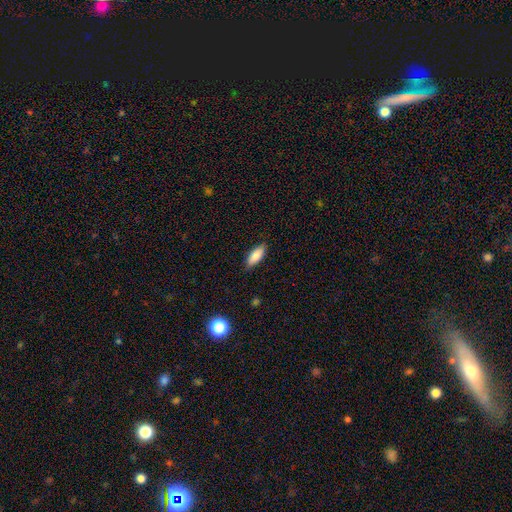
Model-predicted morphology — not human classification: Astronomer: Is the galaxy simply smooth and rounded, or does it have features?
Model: smooth — 84%.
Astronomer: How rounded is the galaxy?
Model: in between — 72%.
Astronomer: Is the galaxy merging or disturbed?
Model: none — 84%.